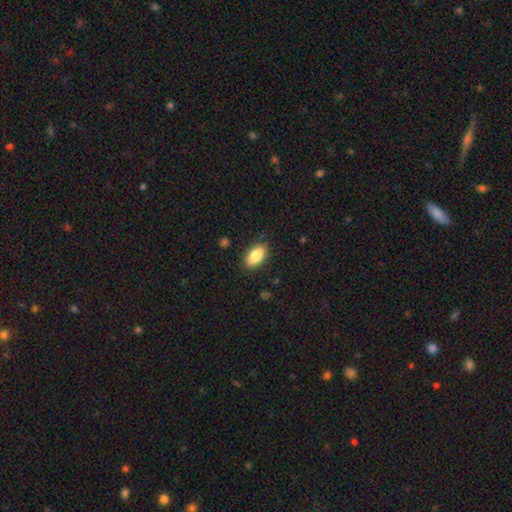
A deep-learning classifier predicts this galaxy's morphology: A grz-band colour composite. It shows a smooth galaxy with no disk features (85%) that is in between round and cigar-shaped (91%). Merging: none (86%).